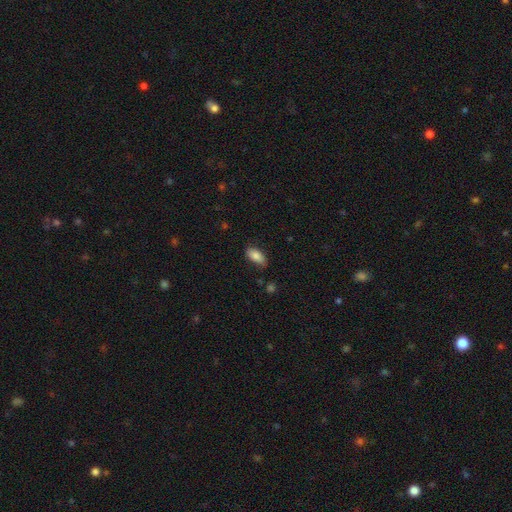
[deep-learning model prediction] Smooth or featured? smooth (83%)
How rounded? in between (91%)
Merging? none (77%)